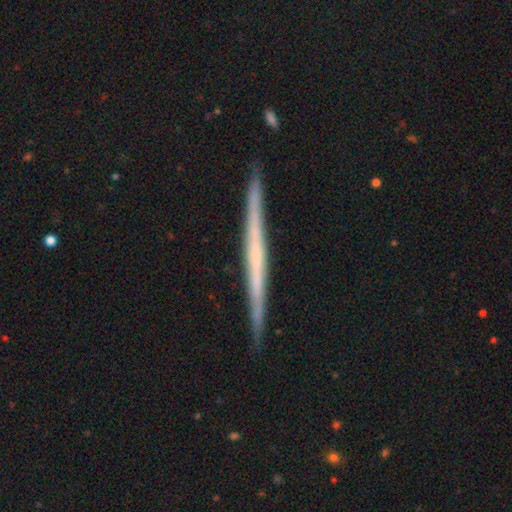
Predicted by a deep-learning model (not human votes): featured or disk 65%, smooth 28%, star or artifact 7%. Down the decision tree: edge-on disk — yes (98%); edge-on bulge — none (88%); merging — none (90%).